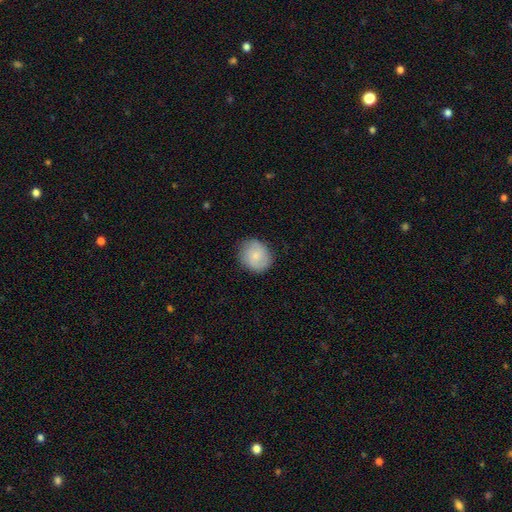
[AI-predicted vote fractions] A smooth galaxy with no disk features (77%) that is round (78%).

Vote fractions:
- Smooth or featured? smooth: 77% / featured or disk: 17% / star or artifact: 7%
- How rounded? round: 78% / in between: 21% / cigar-shaped: 1%
- Merging? none: 83% / minor disturbance: 13% / major disturbance: 3% / merger: 1%